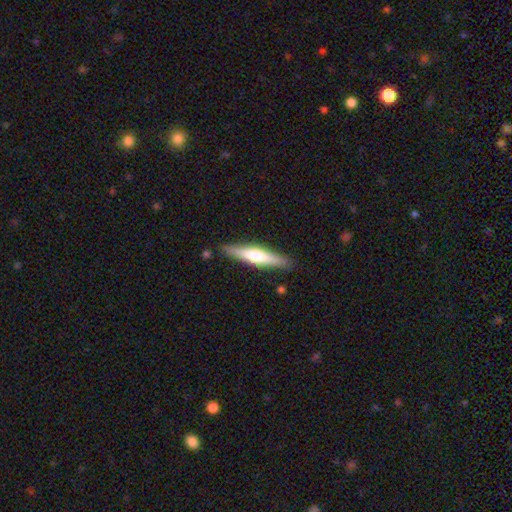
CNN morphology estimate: Smooth or featured?
  - featured or disk: 48% *
  - smooth: 47%
  - star or artifact: 5%
Merging?
  - none: 87% *
  - minor disturbance: 9%
  - major disturbance: 2%
  - merger: 2%